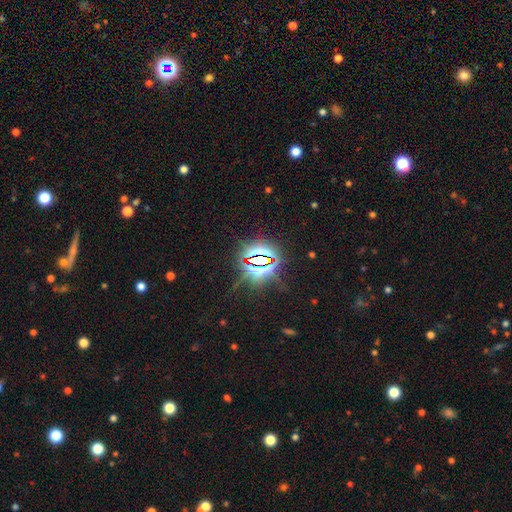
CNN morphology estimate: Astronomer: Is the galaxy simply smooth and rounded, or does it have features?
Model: star or artifact — 84%.